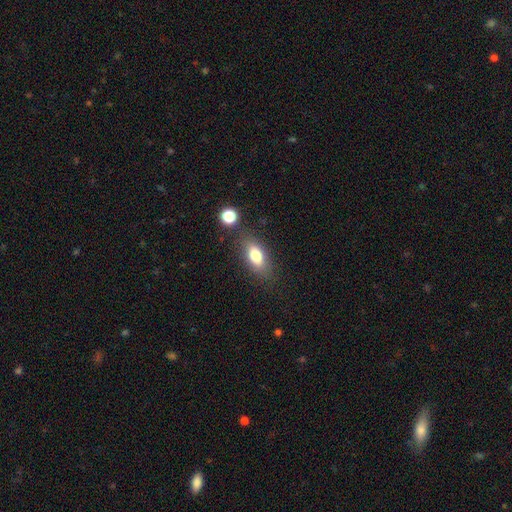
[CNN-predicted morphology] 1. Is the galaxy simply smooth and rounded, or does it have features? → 77% smooth, 14% featured or disk, 9% star or artifact.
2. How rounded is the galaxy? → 81% in between, 12% cigar-shaped, 7% round.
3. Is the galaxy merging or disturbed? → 78% none, 13% minor disturbance, 5% merger, 4% major disturbance.